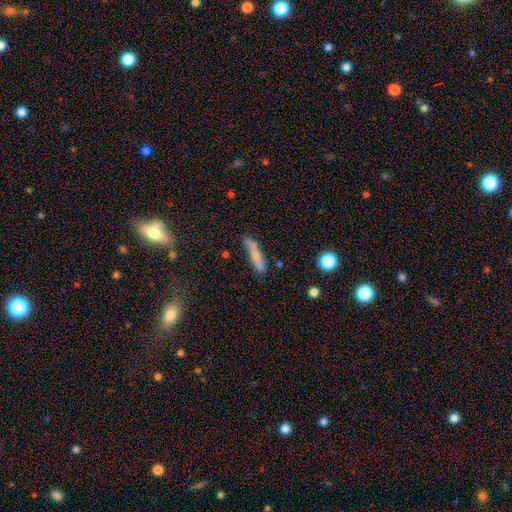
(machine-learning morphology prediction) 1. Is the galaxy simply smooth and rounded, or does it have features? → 58% smooth, 34% featured or disk, 8% star or artifact.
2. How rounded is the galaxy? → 85% cigar-shaped, 13% in between, 2% round.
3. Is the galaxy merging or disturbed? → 67% none, 20% minor disturbance, 7% merger, 5% major disturbance.